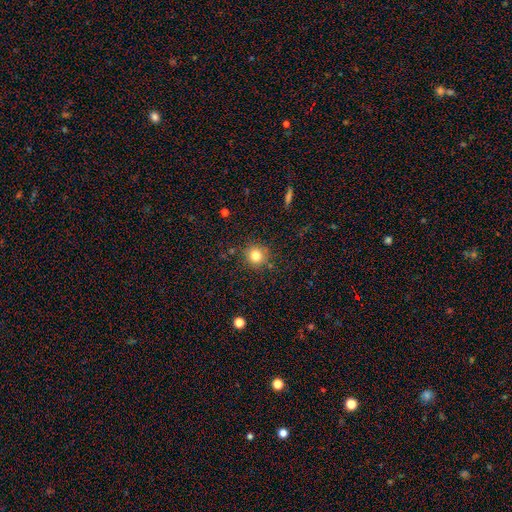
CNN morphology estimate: smooth 80%, star or artifact 13%, featured or disk 7%. Down the decision tree: how rounded — round (92%); merging — none (86%).